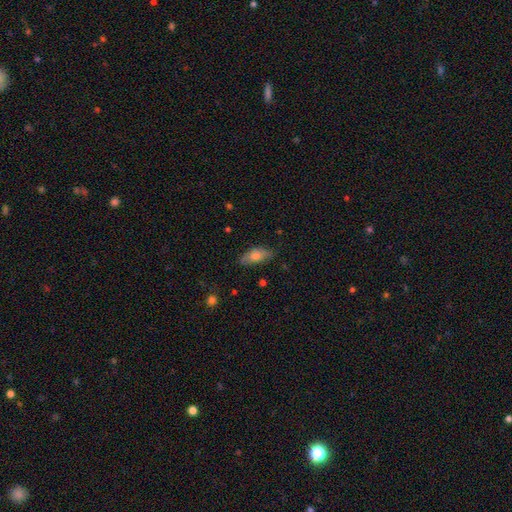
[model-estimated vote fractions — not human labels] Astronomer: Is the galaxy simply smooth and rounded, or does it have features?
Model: smooth — 69%.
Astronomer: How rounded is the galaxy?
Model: in between — 82%.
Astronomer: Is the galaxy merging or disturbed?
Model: none — 75%.